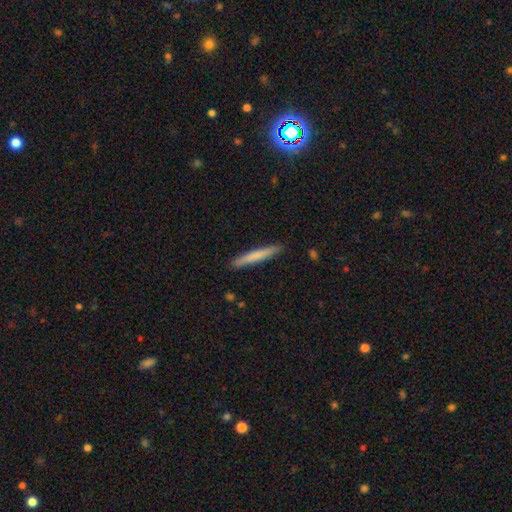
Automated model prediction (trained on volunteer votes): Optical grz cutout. It shows a smooth galaxy with no disk features (73%) that is cigar-shaped (96%). Merging: none (91%).